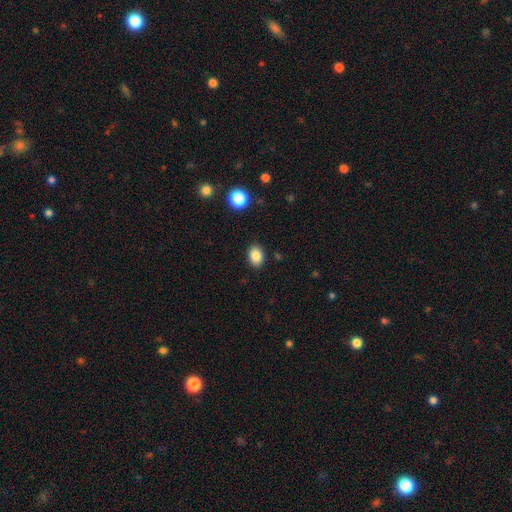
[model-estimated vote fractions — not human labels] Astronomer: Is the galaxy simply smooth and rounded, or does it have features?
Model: smooth — 86%.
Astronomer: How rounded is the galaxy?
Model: in between — 70%.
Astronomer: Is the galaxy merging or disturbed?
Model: none — 88%.